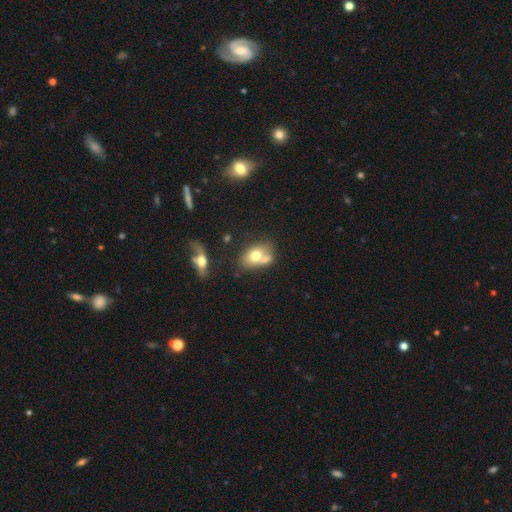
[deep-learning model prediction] Overall: smooth (68%). How rounded: in between (77%). Merging: merger (48%; none 33%).